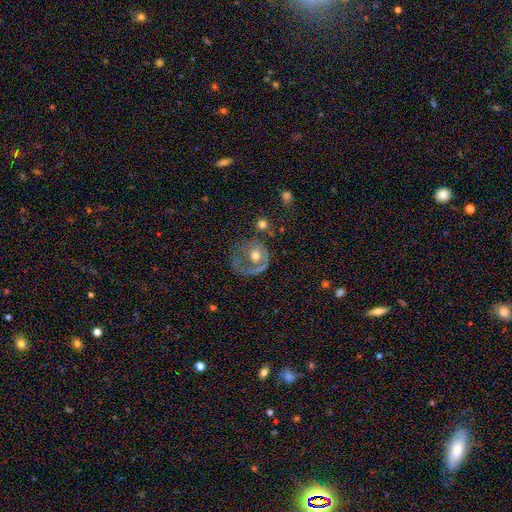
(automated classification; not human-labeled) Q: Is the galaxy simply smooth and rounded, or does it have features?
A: featured or disk — 53%.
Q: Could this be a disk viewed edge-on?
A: no — 97%.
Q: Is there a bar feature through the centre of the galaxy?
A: no — 85%.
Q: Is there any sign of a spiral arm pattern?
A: no — 61%.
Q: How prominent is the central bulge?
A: moderate — 70%.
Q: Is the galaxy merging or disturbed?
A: none — 38%.